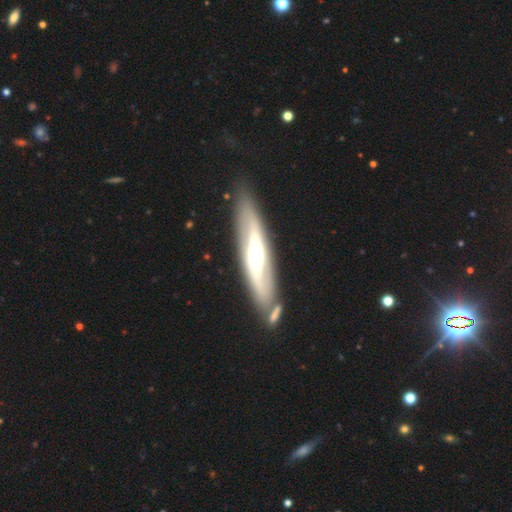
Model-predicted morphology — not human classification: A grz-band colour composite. It shows a featured or disk galaxy (69%) with not edge-on (50%, tied with yes). Merging: none (72%).